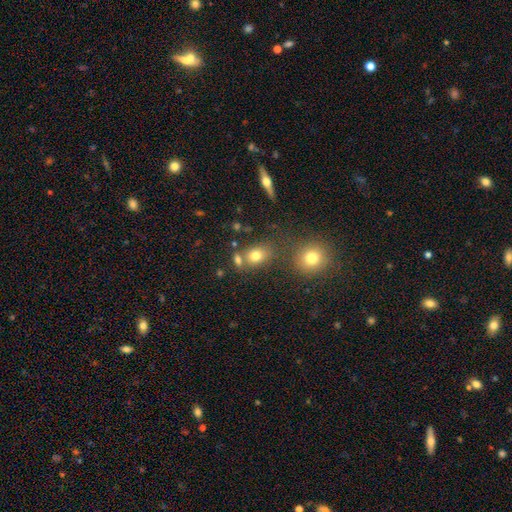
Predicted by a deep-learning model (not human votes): smooth_or_featured: smooth (p=0.75) [alt: star or artifact p=0.14]
how_rounded: in between (p=0.56) [alt: round p=0.43]
merging: none (p=0.63) [alt: merger p=0.20]